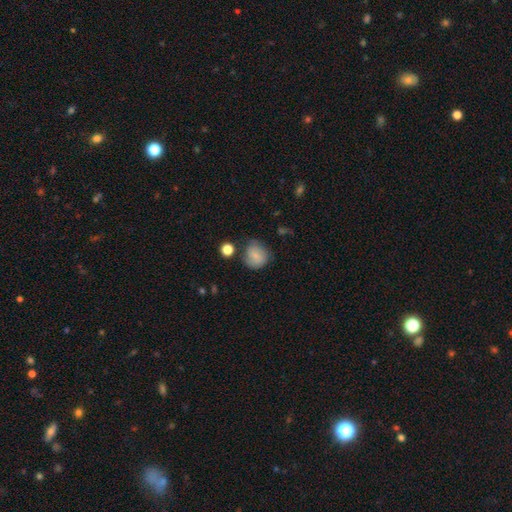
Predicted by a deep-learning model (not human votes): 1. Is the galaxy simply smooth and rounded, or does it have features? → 71% smooth, 20% featured or disk, 9% star or artifact.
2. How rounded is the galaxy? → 82% round, 17% in between, 1% cigar-shaped.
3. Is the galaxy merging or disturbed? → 67% none, 21% minor disturbance, 6% major disturbance, 5% merger.